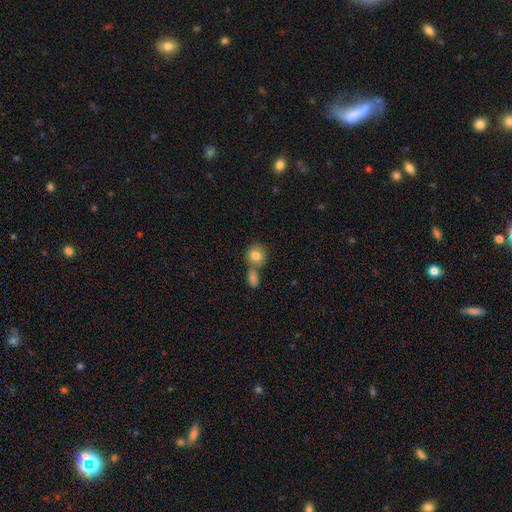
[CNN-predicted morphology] Smooth or featured?
  - smooth: 82% *
  - featured or disk: 10%
  - star or artifact: 9%
How rounded?
  - round: 80% *
  - in between: 19%
  - cigar-shaped: 1%
Merging?
  - none: 46% *
  - merger: 41%
  - minor disturbance: 9%
  - major disturbance: 4%